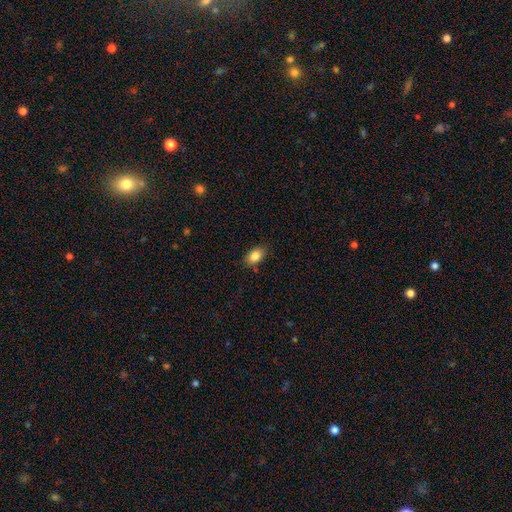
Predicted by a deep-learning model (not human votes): Overall: smooth (84%). How rounded: in between (86%). Merging: none (83%).